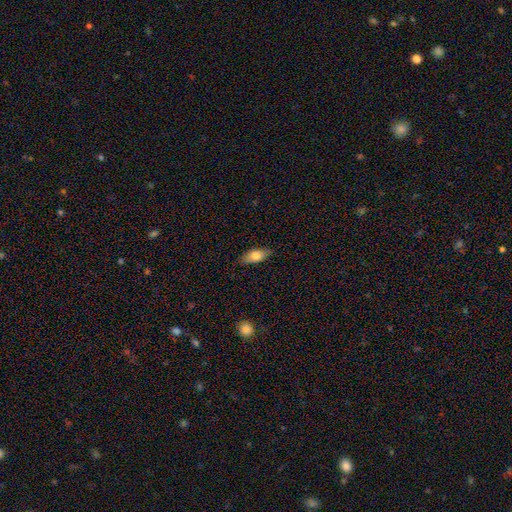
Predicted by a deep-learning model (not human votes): Smooth or featured: smooth — 76% (featured or disk — 17%)
How rounded: in between — 81% (cigar-shaped — 16%)
Merging: none — 83% (minor disturbance — 13%)